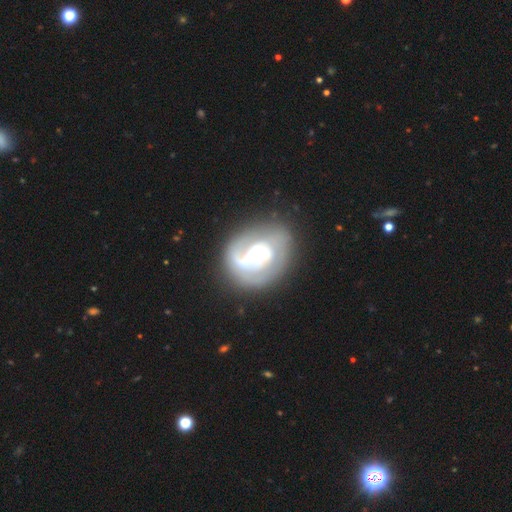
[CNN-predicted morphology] type=featured or disk (78%); edge-on=no (97%); bar=weak (41%); spiral arms=yes (87%); winding=medium (39%); arm count=2 (44%); bulge=moderate (43%); merging=none (62%).